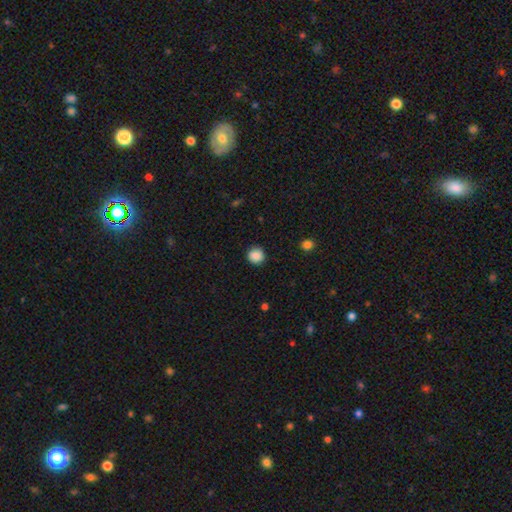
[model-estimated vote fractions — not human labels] A smooth galaxy with no disk features (88%) that is round (92%).

Vote fractions:
- Smooth or featured? smooth: 88% / star or artifact: 9% / featured or disk: 3%
- How rounded? round: 92% / in between: 7% / cigar-shaped: 1%
- Merging? none: 90% / minor disturbance: 7% / major disturbance: 2% / merger: 1%